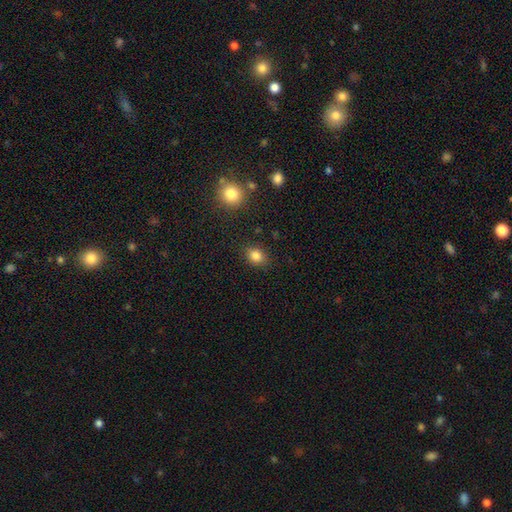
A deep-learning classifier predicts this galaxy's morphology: type=smooth (84%); roundness=in between (50%); merging=none (85%).